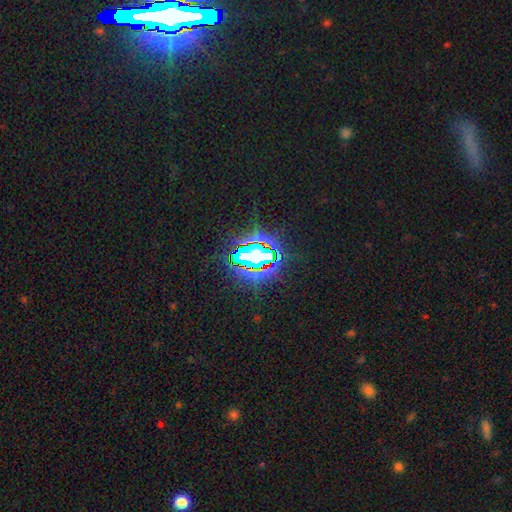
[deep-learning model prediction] Overall: star or artifact (77%).